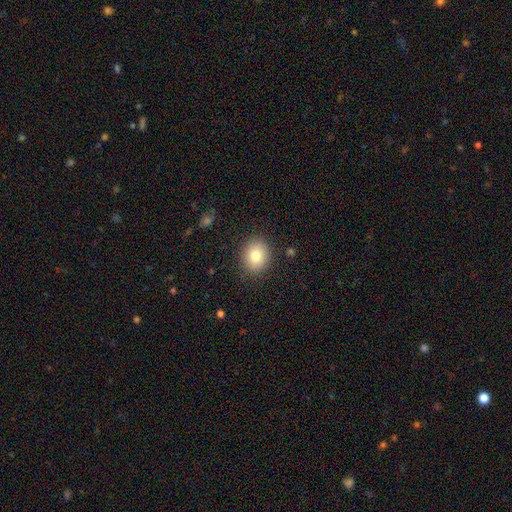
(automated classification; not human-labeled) Overall: smooth (80%). How rounded: round (68%; in between 31%). Merging: none (87%).